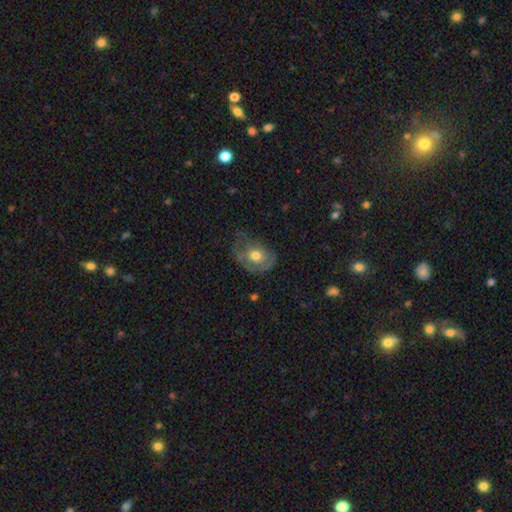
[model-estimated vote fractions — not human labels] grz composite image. It shows a smooth galaxy with no disk features (55%) that is in between round and cigar-shaped (58%). Merging: none (45%).